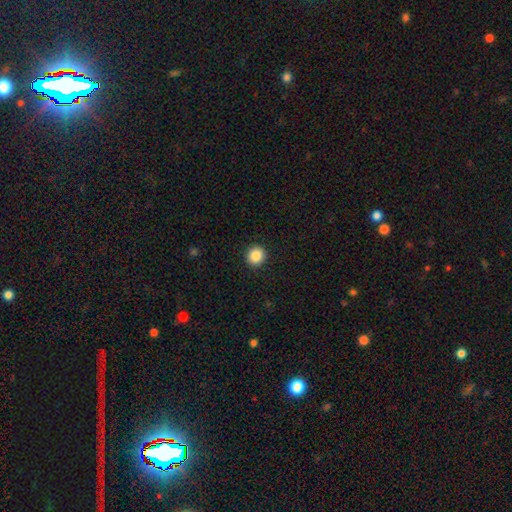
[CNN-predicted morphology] smooth-or-featured: smooth: 86% | star or artifact: 9% | featured or disk: 4%
  how-rounded: round: 92% | in between: 7% | cigar-shaped: 1%
  merging: none: 93% | minor disturbance: 5% | major disturbance: 2% | merger: 1%